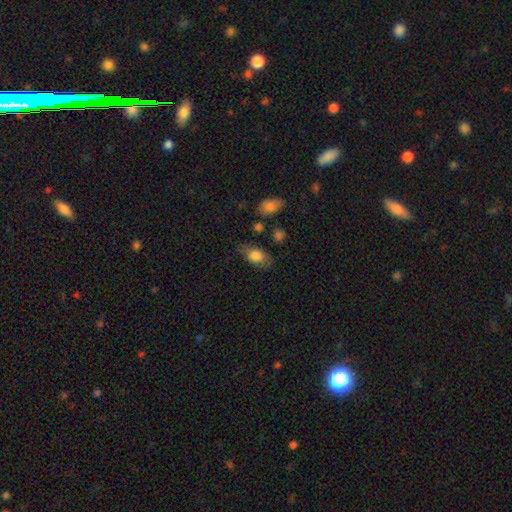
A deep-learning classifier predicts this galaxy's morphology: A smooth galaxy with no disk features (75%) that is in between round and cigar-shaped (84%). Merging: none (65%).